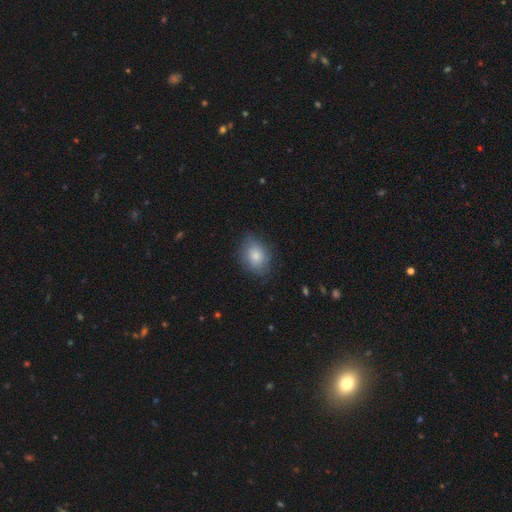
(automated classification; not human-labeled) A smooth galaxy with no disk features (81%) that is in between round and cigar-shaped (66%).

Vote fractions:
- Smooth or featured? smooth: 81% / featured or disk: 12% / star or artifact: 8%
- How rounded? in between: 66% / round: 32% / cigar-shaped: 1%
- Merging? none: 76% / minor disturbance: 18% / major disturbance: 5% / merger: 1%